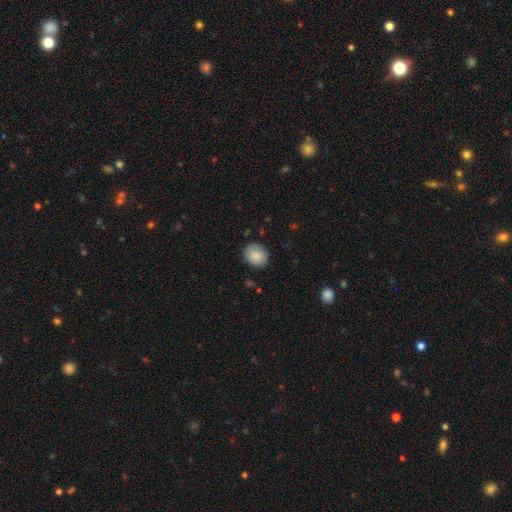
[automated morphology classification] This is clearly a smooth galaxy (84%). How rounded: likely round (64%). Merging: clearly none (82%).